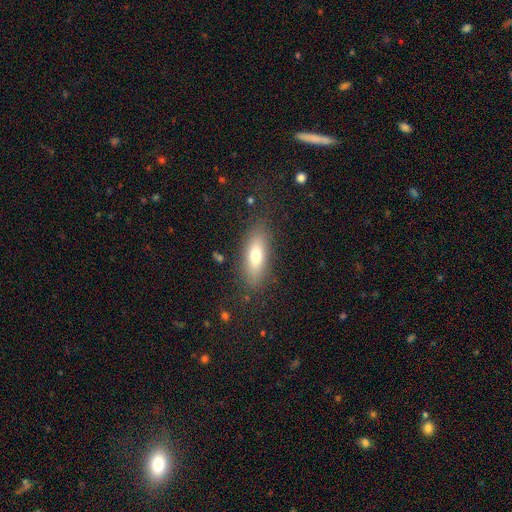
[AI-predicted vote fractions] This is likely a smooth galaxy (70%). How rounded: likely in between (68%). Merging: clearly none (83%).